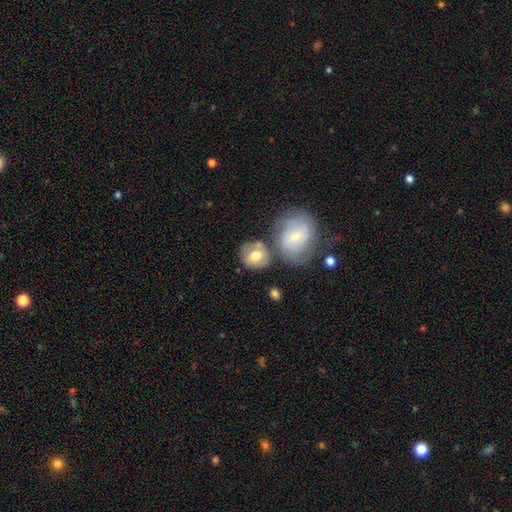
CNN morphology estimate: smooth-or-featured: smooth: 63% | featured or disk: 30% | star or artifact: 7%
  how-rounded: round: 72% | in between: 27% | cigar-shaped: 1%
  merging: none: 53% | merger: 27% | minor disturbance: 14% | major disturbance: 6%